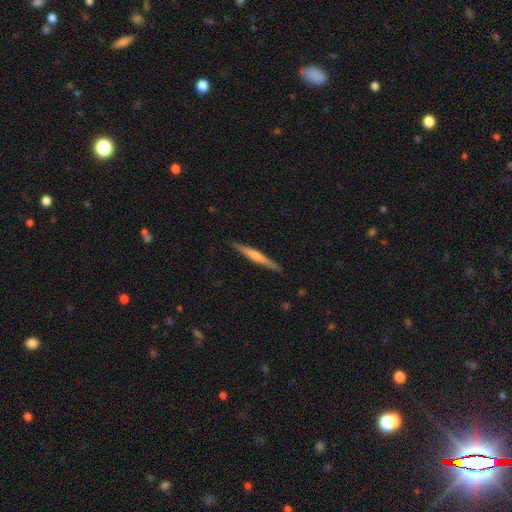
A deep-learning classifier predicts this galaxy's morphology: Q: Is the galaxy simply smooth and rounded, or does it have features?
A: featured or disk — 55%.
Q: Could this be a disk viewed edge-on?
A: yes — 98%.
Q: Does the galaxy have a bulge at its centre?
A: rounded — 54%.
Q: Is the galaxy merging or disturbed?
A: none — 90%.